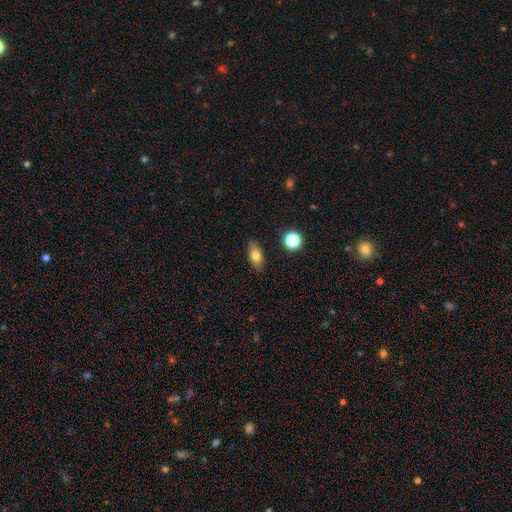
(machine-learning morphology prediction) type=smooth (74%); roundness=in between (81%); merging=none (87%).